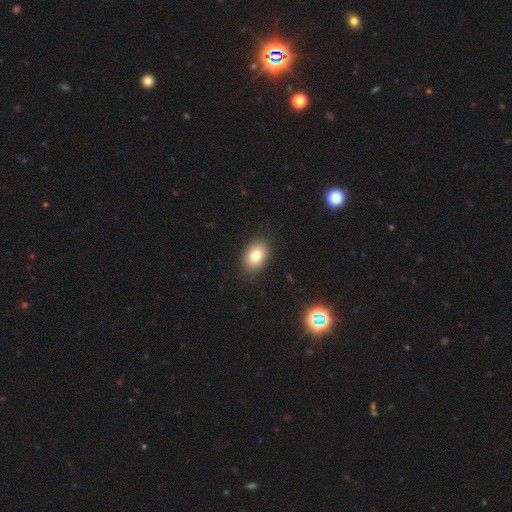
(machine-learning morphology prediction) Smooth or featured? Predicted: smooth (p=0.79). How rounded? Predicted: in between (p=0.76). Merging? Predicted: none (p=0.88).